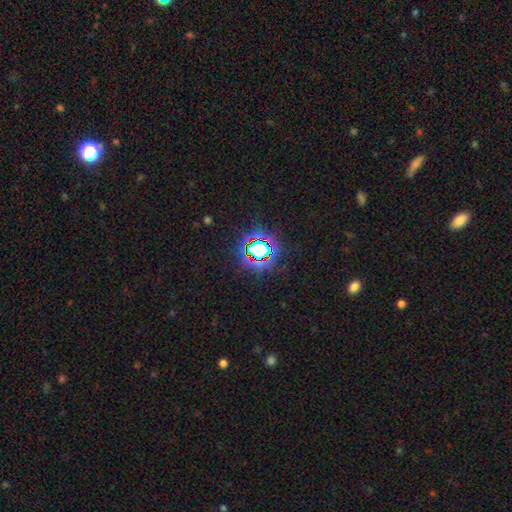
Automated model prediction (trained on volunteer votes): A star or artifact, not a galaxy (78%).

Vote fractions:
- Smooth or featured? star or artifact: 78% / smooth: 14% / featured or disk: 8%